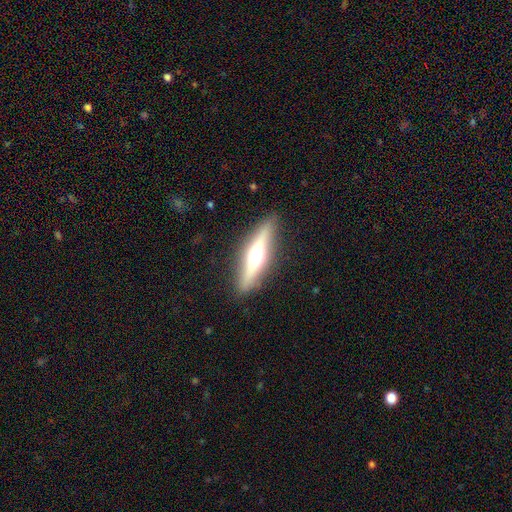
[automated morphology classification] Smooth or featured? featured or disk (61%)
Edge-on disk? yes (93%)
Edge-on bulge? rounded (90%)
Merging? none (88%)